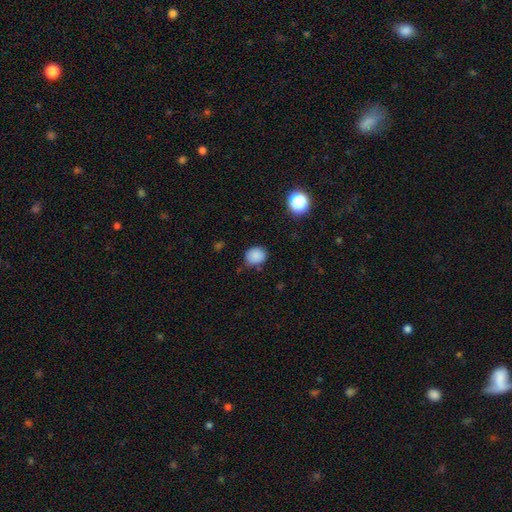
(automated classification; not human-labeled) smooth_or_featured: smooth (p=0.85) [alt: star or artifact p=0.11]
how_rounded: round (p=0.60) [alt: in between p=0.40]
merging: none (p=0.75) [alt: minor disturbance p=0.18]